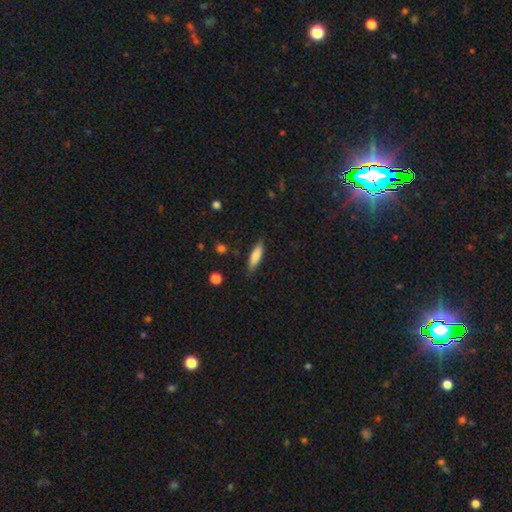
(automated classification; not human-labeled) smooth 80%, featured or disk 14%, star or artifact 6%. Down the decision tree: how rounded — cigar-shaped (58%); merging — none (83%).